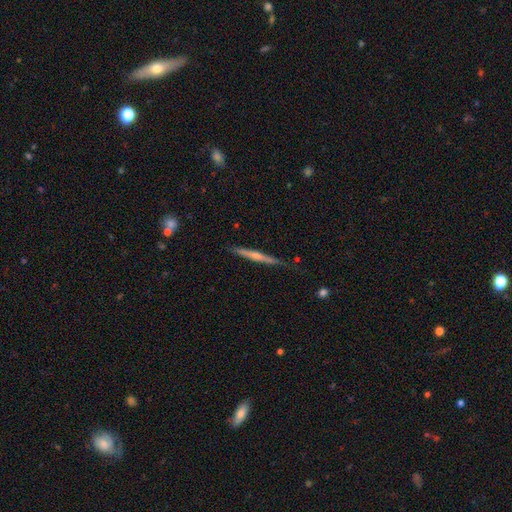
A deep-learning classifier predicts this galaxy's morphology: featured or disk 54%, smooth 40%, star or artifact 6%. Down the decision tree: edge-on disk — yes (97%); edge-on bulge — rounded (46%); merging — none (80%).